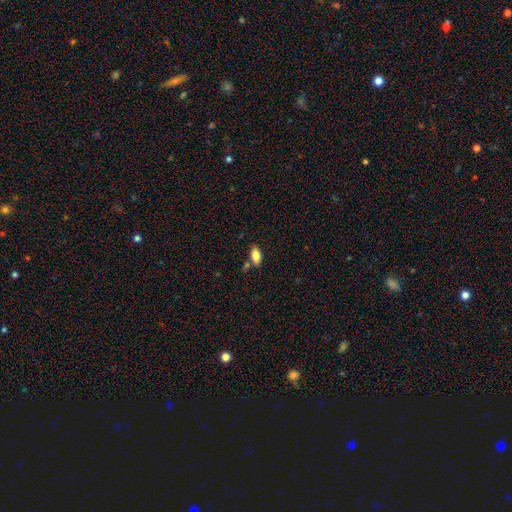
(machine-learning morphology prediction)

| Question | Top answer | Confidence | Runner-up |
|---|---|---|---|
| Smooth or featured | smooth | 81% | featured or disk (11%) |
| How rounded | in between | 90% | cigar-shaped (6%) |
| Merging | none | 75% | minor disturbance (14%) |